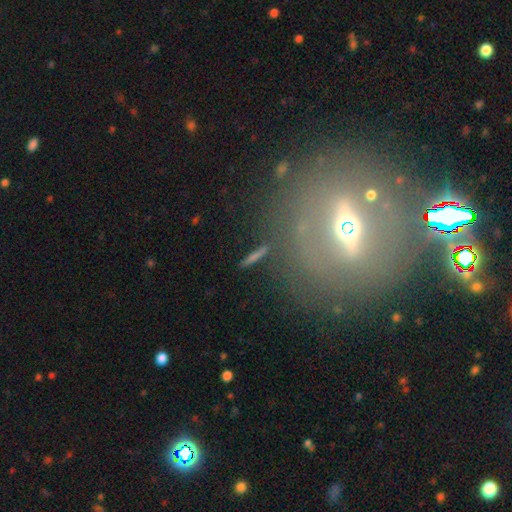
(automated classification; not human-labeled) This appears to be a smooth galaxy with no disk features (41%). Merging: none (81%).